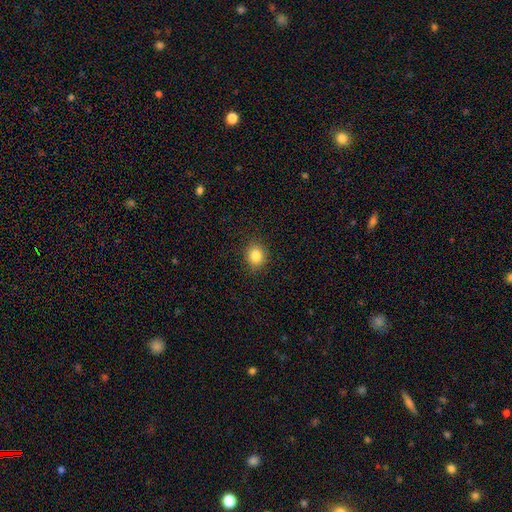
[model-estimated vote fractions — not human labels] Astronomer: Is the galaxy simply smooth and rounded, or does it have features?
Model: smooth — 83%.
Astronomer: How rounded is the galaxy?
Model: round — 73%.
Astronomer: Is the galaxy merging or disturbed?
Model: none — 88%.